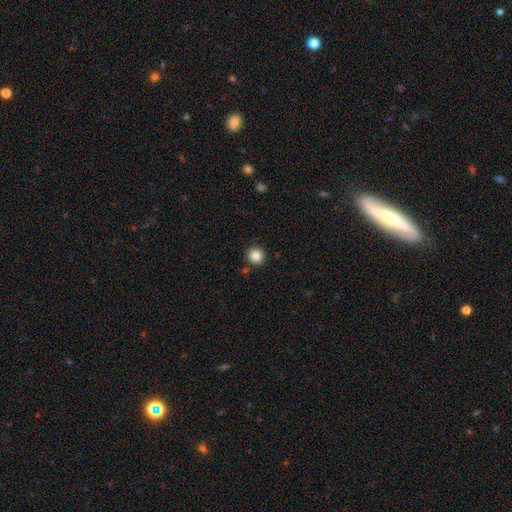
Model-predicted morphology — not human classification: This is clearly a smooth galaxy (84%). How rounded: clearly round (92%). Merging: clearly none (88%).